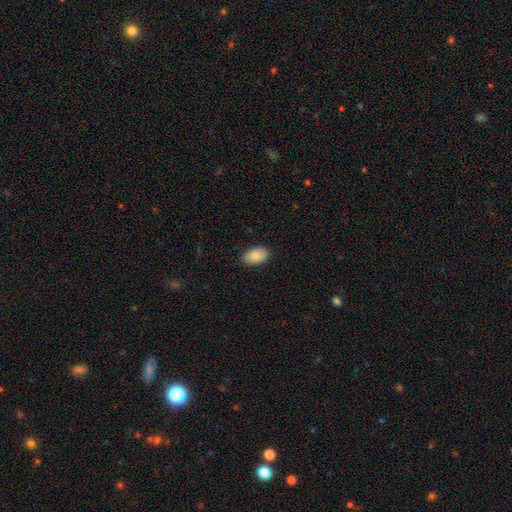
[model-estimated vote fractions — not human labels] Q: Smooth or featured?
A: smooth (88%); runner-up: star or artifact (7%)
Q: How rounded?
A: in between (92%); runner-up: round (6%)
Q: Merging?
A: none (86%); runner-up: minor disturbance (11%)